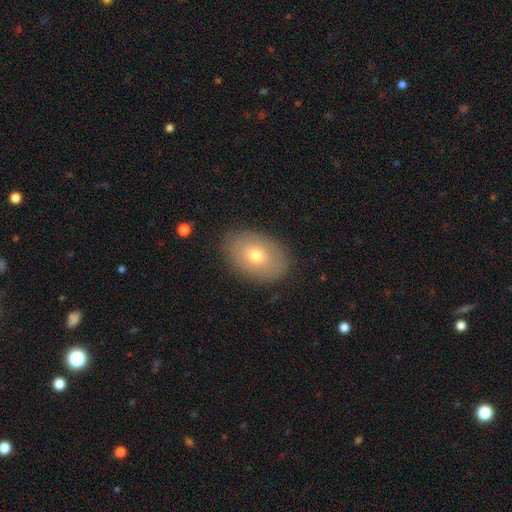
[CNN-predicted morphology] A smooth galaxy with no disk features (68%) that is in between round and cigar-shaped (83%).

Vote fractions:
- Smooth or featured? smooth: 68% / featured or disk: 24% / star or artifact: 8%
- How rounded? in between: 83% / round: 16% / cigar-shaped: 1%
- Merging? none: 86% / minor disturbance: 10% / major disturbance: 3% / merger: 1%